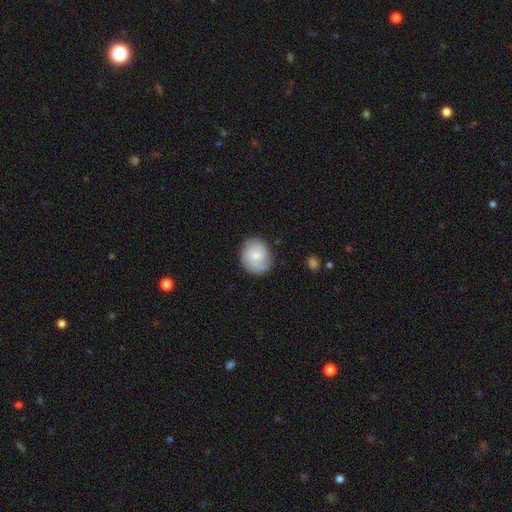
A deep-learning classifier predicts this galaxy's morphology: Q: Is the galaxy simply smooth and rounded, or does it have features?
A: smooth — 64%.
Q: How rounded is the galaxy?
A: round — 65%.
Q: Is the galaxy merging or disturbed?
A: none — 78%.